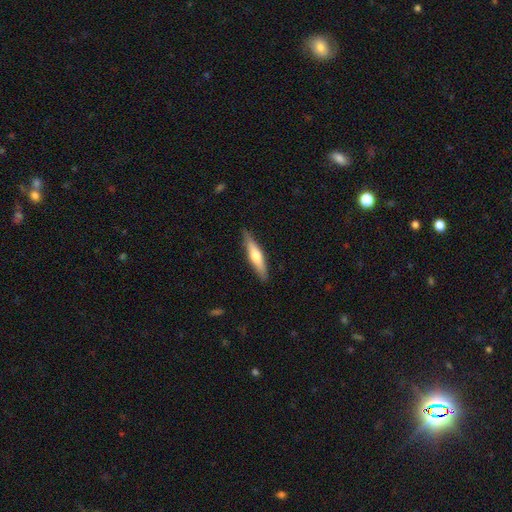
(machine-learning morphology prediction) smooth 49%, featured or disk 46%, star or artifact 5%. Down the decision tree: merging — none (87%).